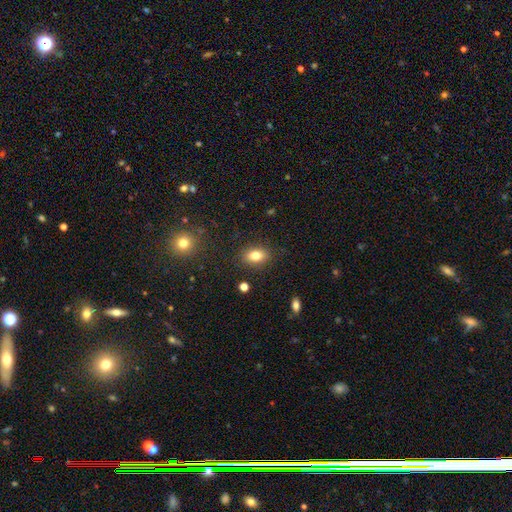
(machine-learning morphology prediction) smooth-or-featured: smooth: 81% | star or artifact: 10% | featured or disk: 9%
  how-rounded: in between: 79% | round: 20% | cigar-shaped: 2%
  merging: none: 86% | minor disturbance: 9% | major disturbance: 3% | merger: 1%